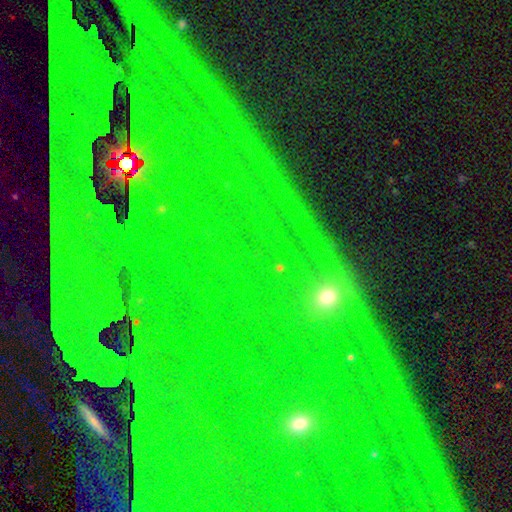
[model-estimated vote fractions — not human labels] The model was most divided on "smooth or featured": star or artifact: 78%, featured or disk: 12%, smooth: 10%.